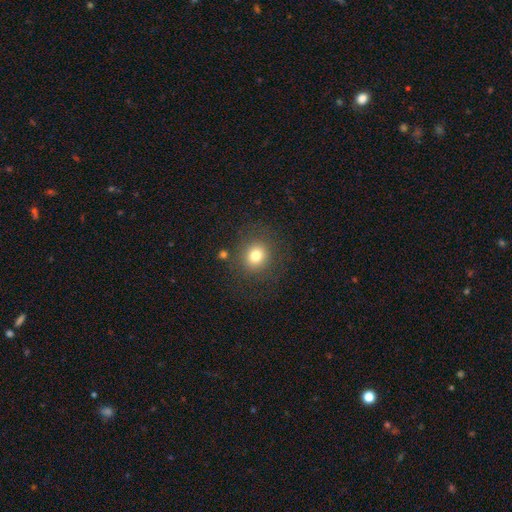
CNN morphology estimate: type=smooth (77%); roundness=round (85%); merging=none (82%).